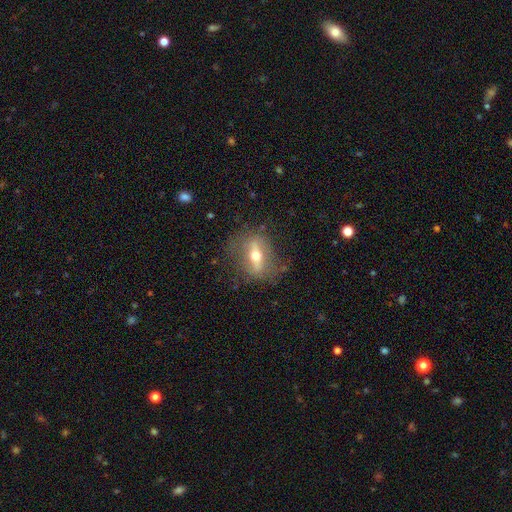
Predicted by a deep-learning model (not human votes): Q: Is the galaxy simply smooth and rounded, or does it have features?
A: featured or disk — 67%.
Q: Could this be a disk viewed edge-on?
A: no — 55%.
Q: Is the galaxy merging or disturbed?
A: none — 73%.